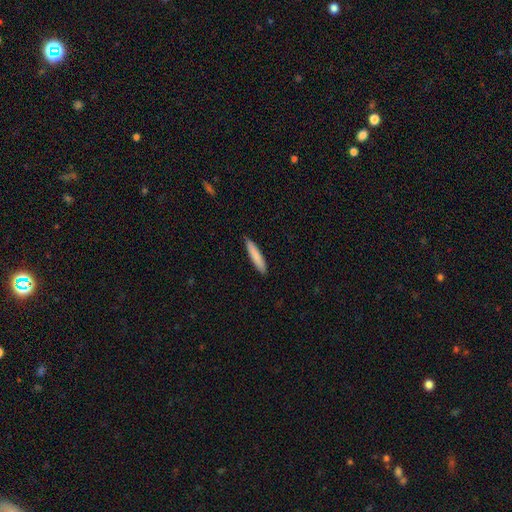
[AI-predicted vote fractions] smooth-or-featured: smooth: 84% | featured or disk: 10% | star or artifact: 5%
  how-rounded: cigar-shaped: 91% | in between: 8% | round: 1%
  merging: none: 90% | minor disturbance: 7% | major disturbance: 1% | merger: 1%